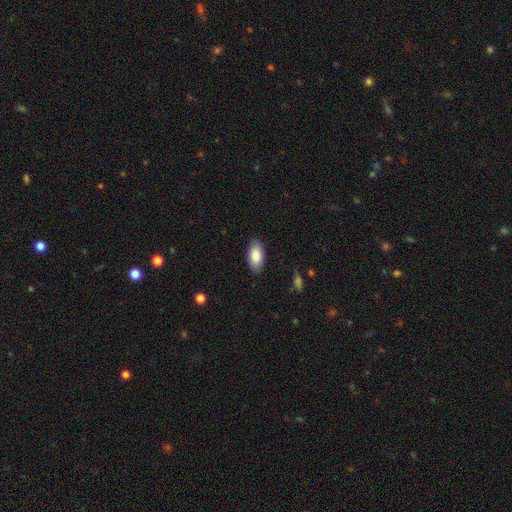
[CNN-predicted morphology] A smooth galaxy with no disk features (87%) that is in between round and cigar-shaped (94%).

Vote fractions:
- Smooth or featured? smooth: 87% / featured or disk: 6% / star or artifact: 6%
- How rounded? in between: 94% / cigar-shaped: 4% / round: 2%
- Merging? none: 87% / minor disturbance: 10% / major disturbance: 2% / merger: 1%